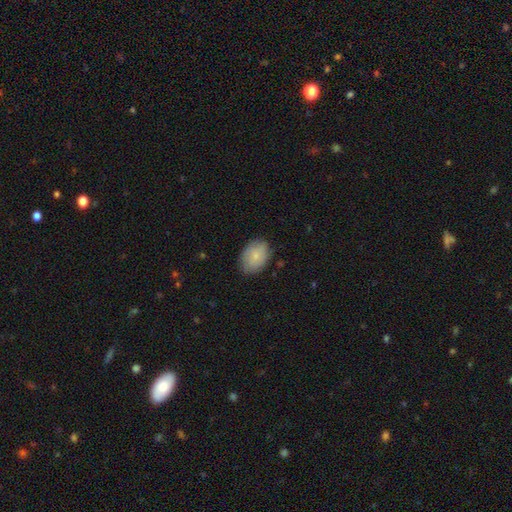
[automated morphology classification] smooth-or-featured: smooth: 79% | featured or disk: 14% | star or artifact: 7%
  how-rounded: in between: 78% | round: 21% | cigar-shaped: 1%
  merging: none: 79% | minor disturbance: 16% | major disturbance: 3% | merger: 1%